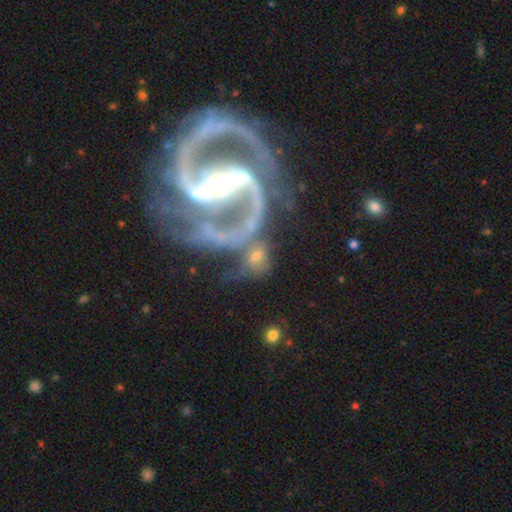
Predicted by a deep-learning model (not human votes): Smooth or featured?
  - featured or disk: 79% *
  - smooth: 13%
  - star or artifact: 8%
Edge-on disk?
  - no: 95% *
  - yes: 5%
Bar?
  - strong: 50% *
  - weak: 28%
  - no: 22%
Spiral arms?
  - yes: 87% *
  - no: 13%
Spiral winding?
  - medium: 46% *
  - loose: 36%
  - tight: 18%
Spiral arm count?
  - 2: 80% *
  - can't tell: 6%
  - 1: 6%
  - 3: 3%
  - 4: 2%
  - more than 4: 2%
Bulge size?
  - moderate: 54% *
  - small: 31%
  - large: 9%
  - none: 3%
  - dominant: 2%
Merging?
  - none: 44% *
  - major disturbance: 20%
  - merger: 20%
  - minor disturbance: 16%